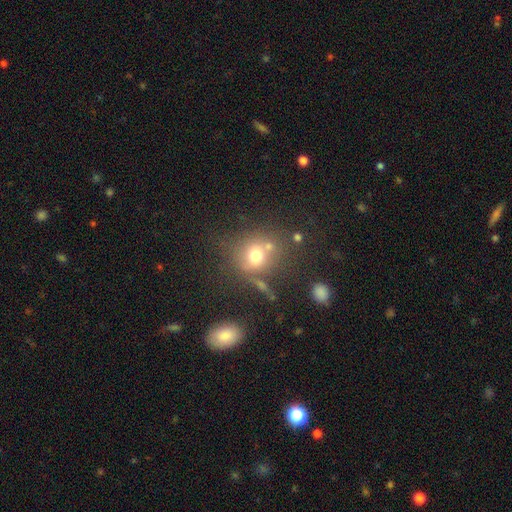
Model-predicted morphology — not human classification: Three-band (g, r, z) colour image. It shows a smooth galaxy with no disk features (69%) that is round (78%). Merging: none (60%).